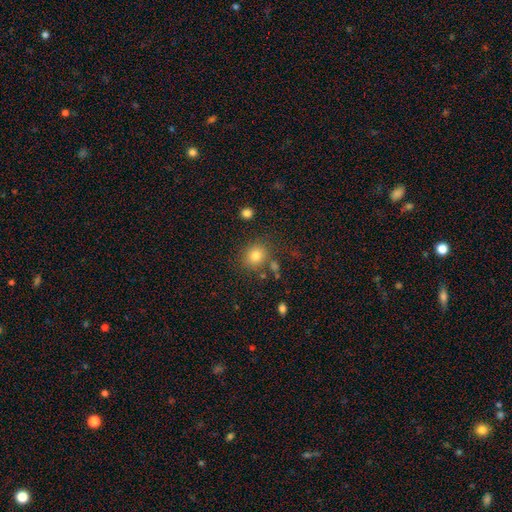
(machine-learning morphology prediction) smooth_or_featured: smooth (p=0.80) [alt: star or artifact p=0.12]
how_rounded: round (p=0.72) [alt: in between p=0.27]
merging: none (p=0.78) [alt: minor disturbance p=0.11]